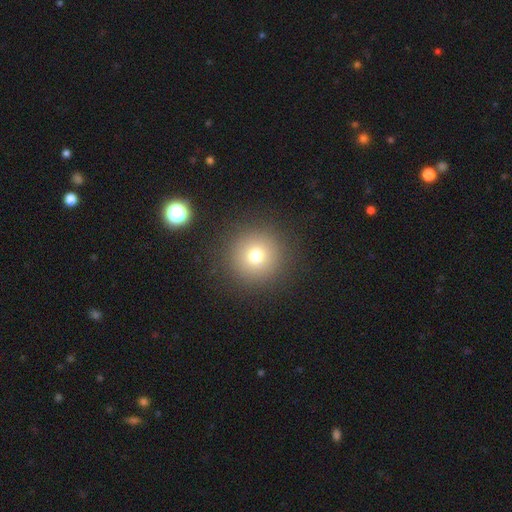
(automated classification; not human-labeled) smooth 74%, star or artifact 15%, featured or disk 10%. Down the decision tree: how rounded — round (96%); merging — none (90%).